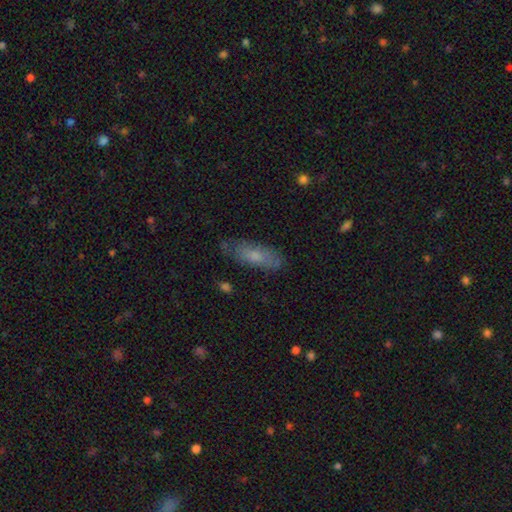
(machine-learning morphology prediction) A smooth galaxy with no disk features (68%) that is in between round and cigar-shaped (62%). Merging: none (74%).